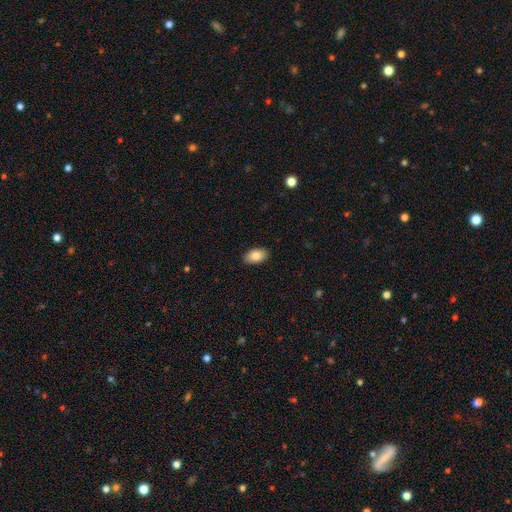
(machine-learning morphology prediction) This is clearly a smooth galaxy (84%). How rounded: clearly in between (94%). Merging: clearly none (90%).